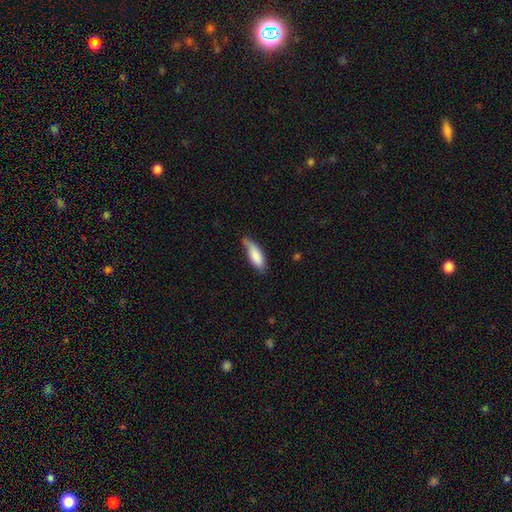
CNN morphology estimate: Overall: smooth (82%). How rounded: in between (64%; cigar-shaped 34%). Merging: none (50%; minor disturbance 37%).